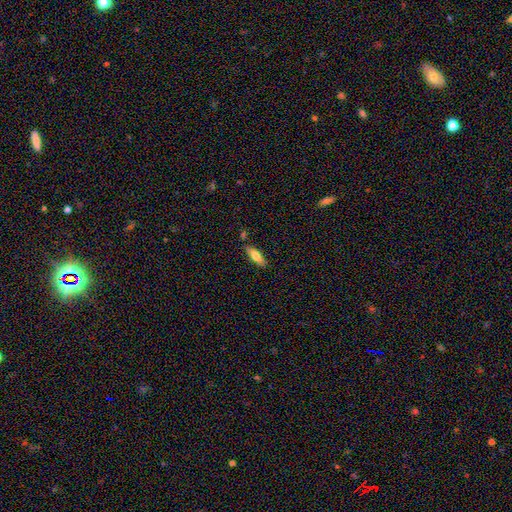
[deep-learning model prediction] smooth-or-featured: smooth: 72% | featured or disk: 21% | star or artifact: 7%
  how-rounded: in between: 53% | cigar-shaped: 46% | round: 2%
  merging: none: 80% | minor disturbance: 13% | merger: 5% | major disturbance: 3%